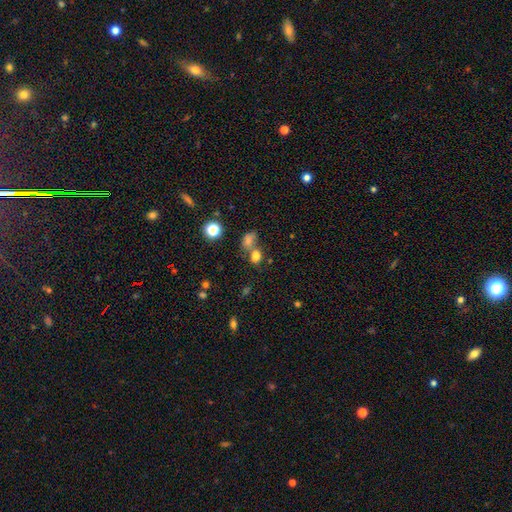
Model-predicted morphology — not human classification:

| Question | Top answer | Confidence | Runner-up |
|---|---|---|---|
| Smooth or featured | smooth | 76% | star or artifact (16%) |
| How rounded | round | 52% | in between (47%) |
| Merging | none | 46% | merger (40%) |